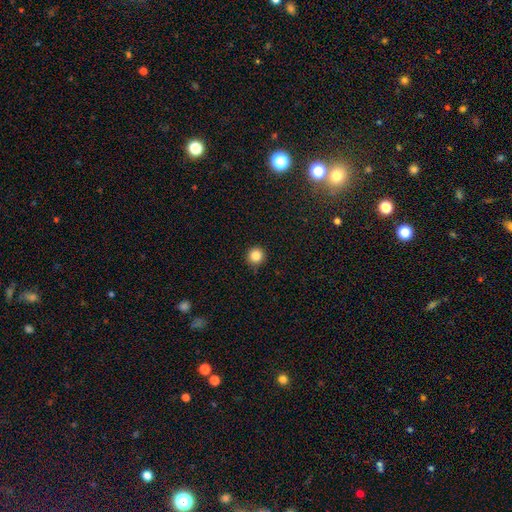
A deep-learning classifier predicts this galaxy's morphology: smooth 85%, star or artifact 11%, featured or disk 4%. Down the decision tree: how rounded — round (95%); merging — none (90%).